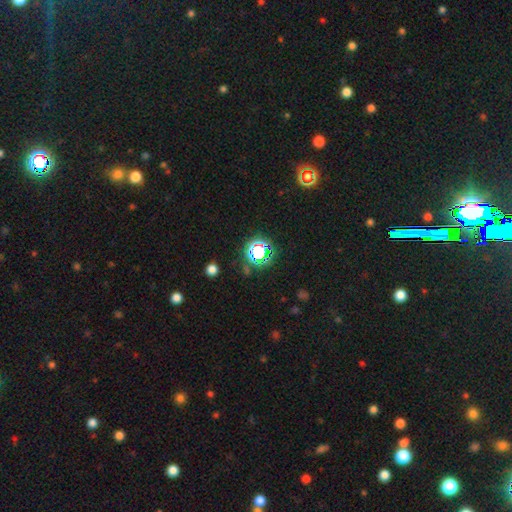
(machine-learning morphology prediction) Q: Smooth or featured?
A: star or artifact (74%); runner-up: smooth (18%)